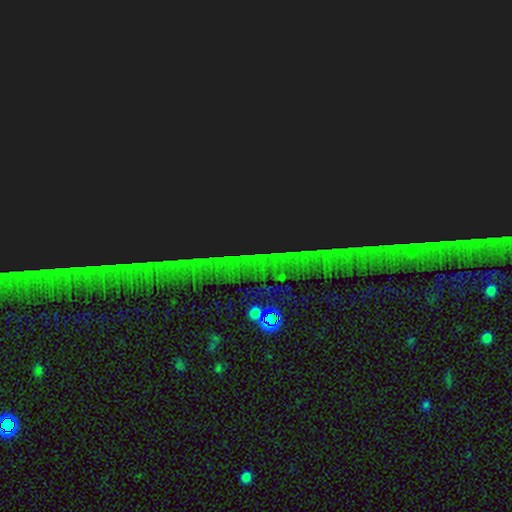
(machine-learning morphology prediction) Smooth or featured? star or artifact (89%)